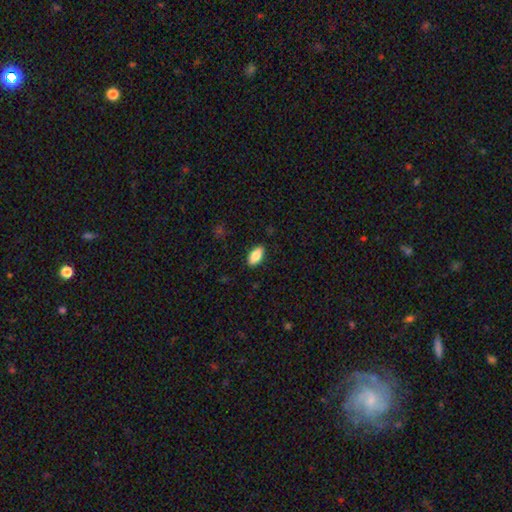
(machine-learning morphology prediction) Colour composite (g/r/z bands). It shows a smooth galaxy with no disk features (82%) that is in between round and cigar-shaped (90%). Merging: none (88%).